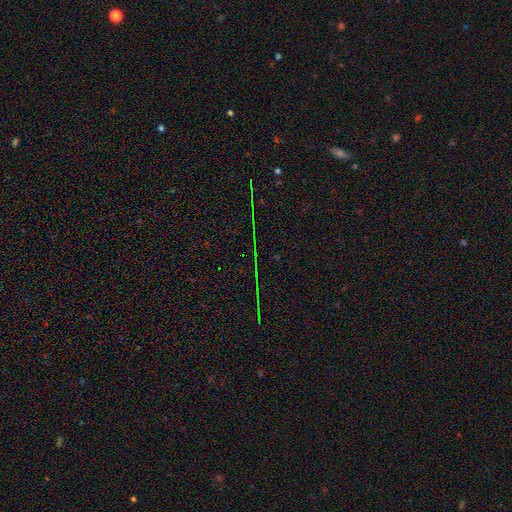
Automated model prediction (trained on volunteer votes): This is clearly a star or artifact rather than a galaxy (80%).